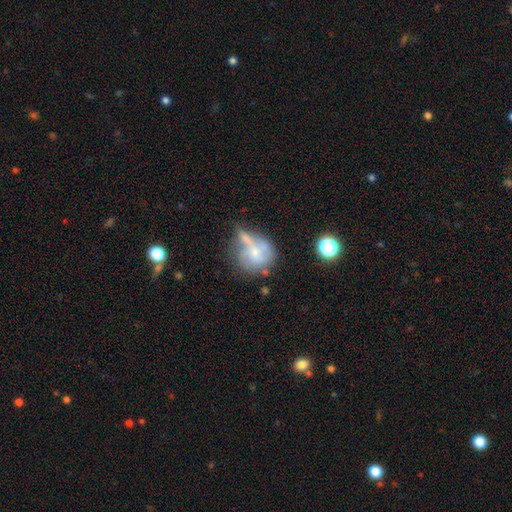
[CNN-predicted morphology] smooth_or_featured: smooth (p=0.50) [alt: featured or disk p=0.38]
merging: none (p=0.35) [alt: major disturbance p=0.22]